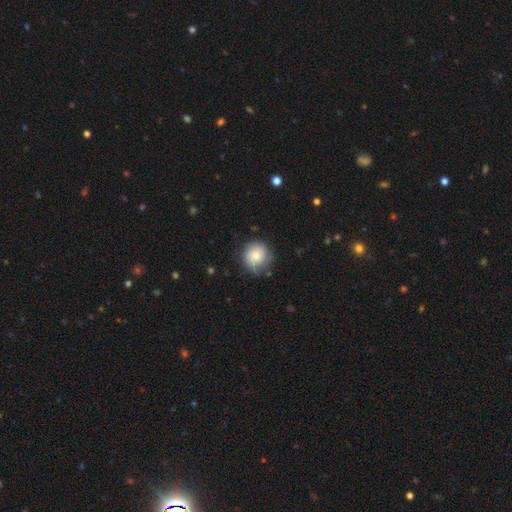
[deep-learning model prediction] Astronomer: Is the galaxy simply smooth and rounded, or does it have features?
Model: smooth — 72%.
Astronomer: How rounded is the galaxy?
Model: round — 90%.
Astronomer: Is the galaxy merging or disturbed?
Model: none — 72%.